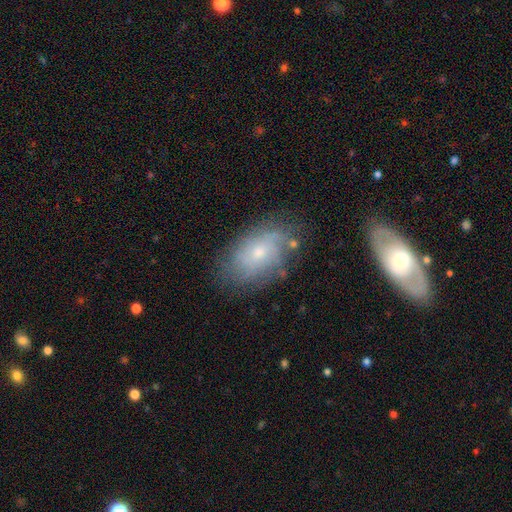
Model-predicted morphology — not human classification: Q: Smooth or featured?
A: featured or disk (51%); runner-up: smooth (38%)
Q: Edge-on disk?
A: no (92%); runner-up: yes (8%)
Q: Merging?
A: none (69%); runner-up: minor disturbance (20%)